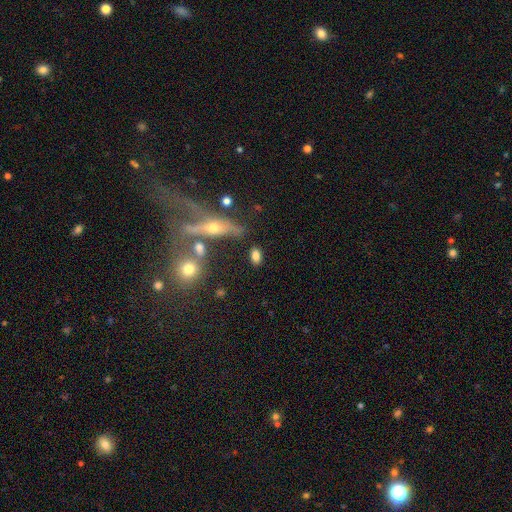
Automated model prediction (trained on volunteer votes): Overall: smooth (76%). How rounded: in between (83%). Merging: none (73%).